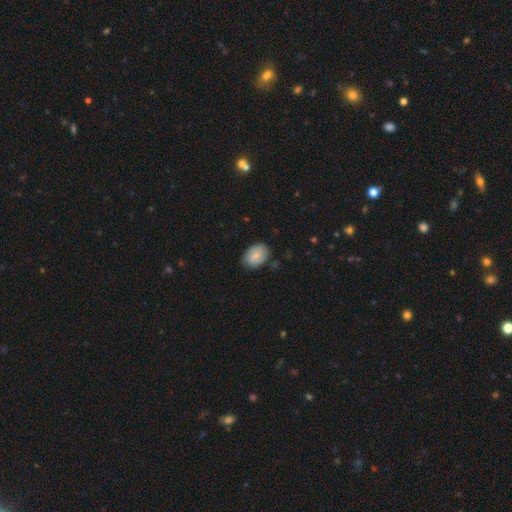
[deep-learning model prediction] Morphology: type=smooth (68%); roundness=in between (81%); merging=none (76%).